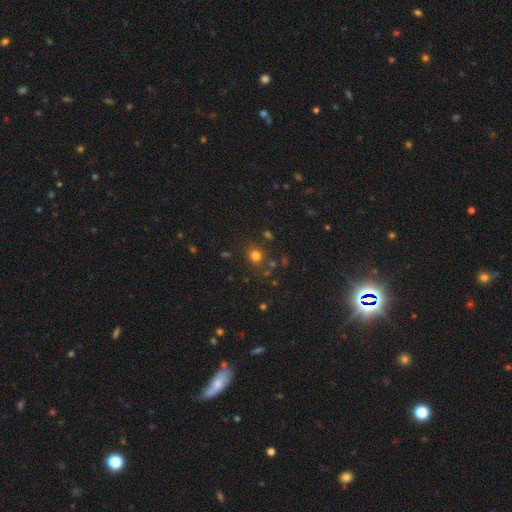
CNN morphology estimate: The model was most divided on "smooth or featured": smooth: 75%, star or artifact: 19%, featured or disk: 6%. More confident: how rounded — round (84%); merging — none (82%).